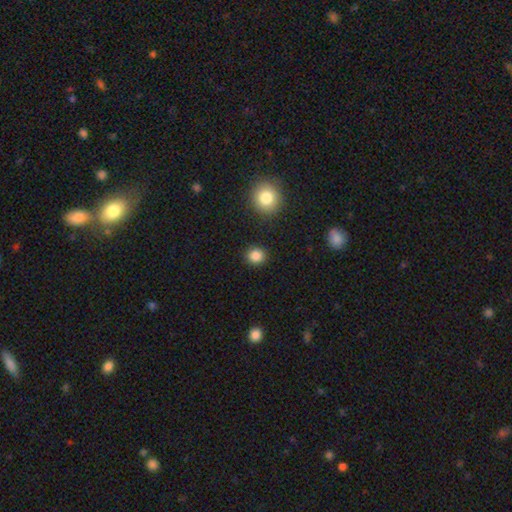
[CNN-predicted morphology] Q: Smooth or featured?
A: smooth (86%); runner-up: star or artifact (11%)
Q: How rounded?
A: round (87%); runner-up: in between (12%)
Q: Merging?
A: none (90%); runner-up: minor disturbance (6%)